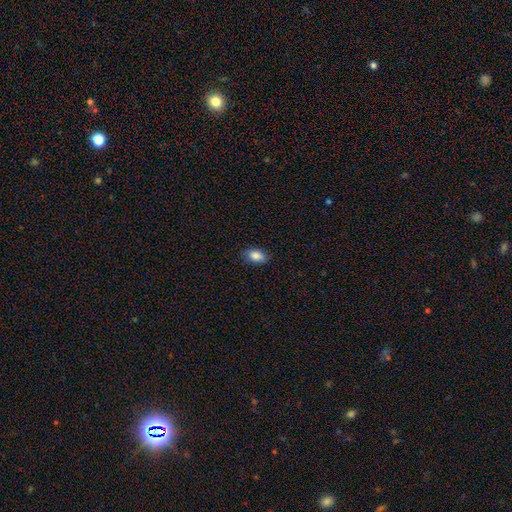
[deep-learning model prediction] smooth_or_featured: smooth (p=0.86) [alt: star or artifact p=0.08]
how_rounded: in between (p=0.88) [alt: round p=0.10]
merging: none (p=0.82) [alt: minor disturbance p=0.15]